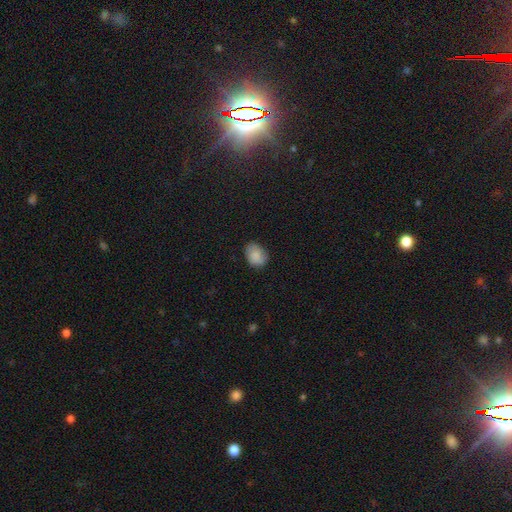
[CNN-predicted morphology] Overall: smooth (82%). How rounded: in between (66%; round 33%). Merging: none (73%).